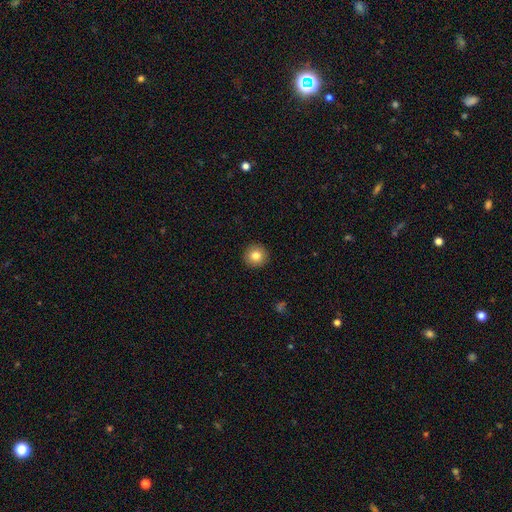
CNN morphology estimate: smooth-or-featured: smooth: 82% | star or artifact: 9% | featured or disk: 9%
  how-rounded: round: 95% | in between: 4% | cigar-shaped: 1%
  merging: none: 92% | minor disturbance: 5% | major disturbance: 2% | merger: 1%